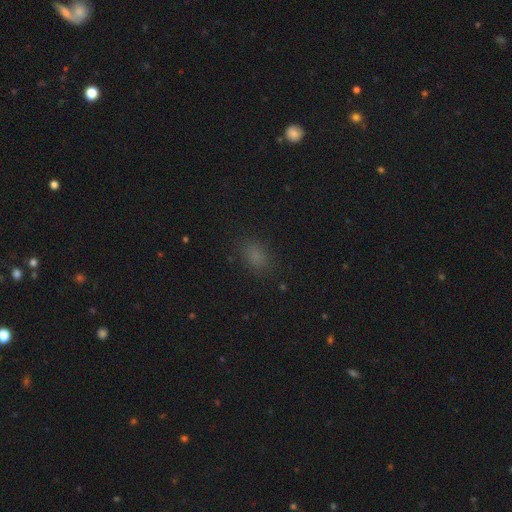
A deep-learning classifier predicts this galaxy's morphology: A smooth galaxy with no disk features (77%) that is in between round and cigar-shaped (79%). Merging: none (83%).